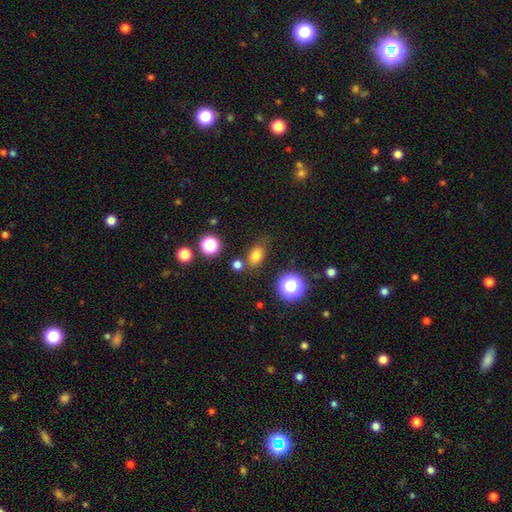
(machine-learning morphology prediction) smooth-or-featured: smooth: 77% | star or artifact: 15% | featured or disk: 8%
  how-rounded: in between: 74% | round: 23% | cigar-shaped: 3%
  merging: none: 72% | minor disturbance: 16% | merger: 8% | major disturbance: 5%